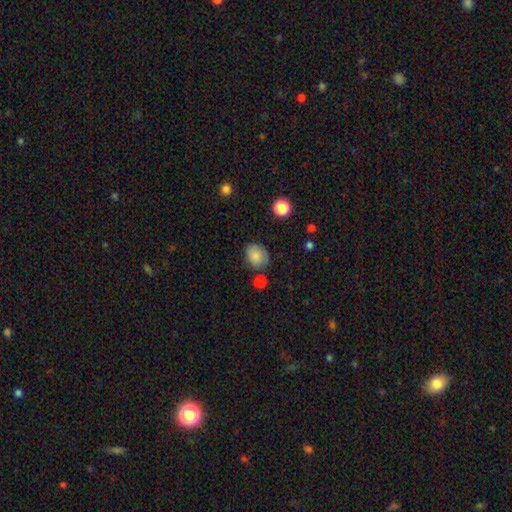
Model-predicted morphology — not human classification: type=smooth (84%); roundness=in between (54%); merging=none (72%).